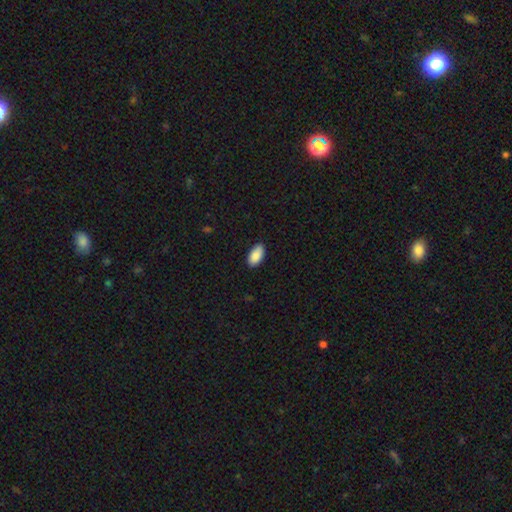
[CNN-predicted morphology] smooth_or_featured: smooth (p=0.89) [alt: star or artifact p=0.06]
how_rounded: in between (p=0.95) [alt: cigar-shaped p=0.03]
merging: none (p=0.86) [alt: minor disturbance p=0.11]